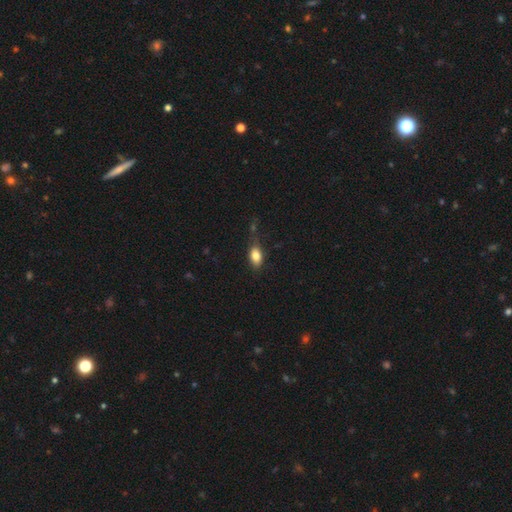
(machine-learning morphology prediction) smooth 82%, featured or disk 9%, star or artifact 8%. Down the decision tree: how rounded — in between (86%); merging — none (60%).